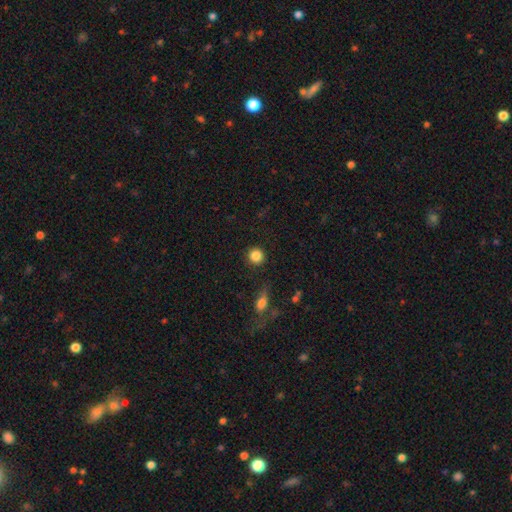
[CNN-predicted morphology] smooth-or-featured: smooth: 86% | star or artifact: 10% | featured or disk: 5%
  how-rounded: round: 93% | in between: 6% | cigar-shaped: 1%
  merging: none: 89% | minor disturbance: 6% | major disturbance: 2% | merger: 2%